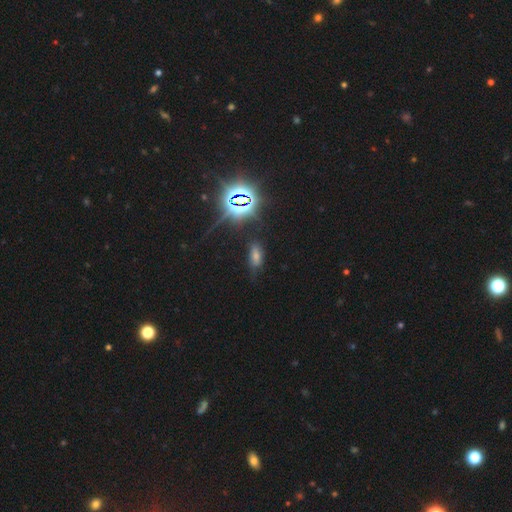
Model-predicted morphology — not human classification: smooth_or_featured: star or artifact (p=0.50) [alt: smooth p=0.34]